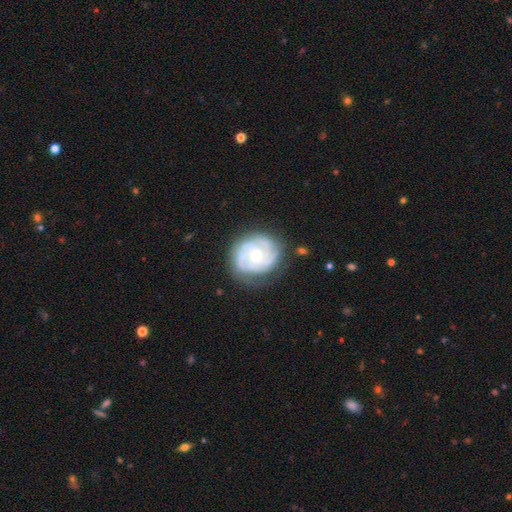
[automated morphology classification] Smooth or featured?
  - featured or disk: 81% *
  - smooth: 14%
  - star or artifact: 5%
Edge-on disk?
  - no: 98% *
  - yes: 2%
Bar?
  - no: 76% *
  - weak: 20%
  - strong: 4%
Spiral arms?
  - yes: 92% *
  - no: 8%
Spiral winding?
  - tight: 69% *
  - medium: 25%
  - loose: 6%
Spiral arm count?
  - can't tell: 30% *
  - 3: 29%
  - 2: 24%
  - 4: 8%
  - 1: 5%
  - more than 4: 5%
Bulge size?
  - moderate: 58% *
  - small: 38%
  - large: 2%
  - none: 1%
  - dominant: 1%
Merging?
  - none: 72% *
  - minor disturbance: 19%
  - major disturbance: 7%
  - merger: 1%